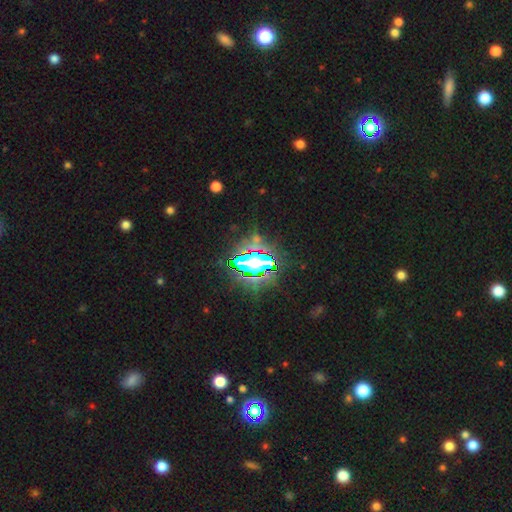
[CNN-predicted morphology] Smooth or featured: star or artifact — 83% (smooth — 11%)